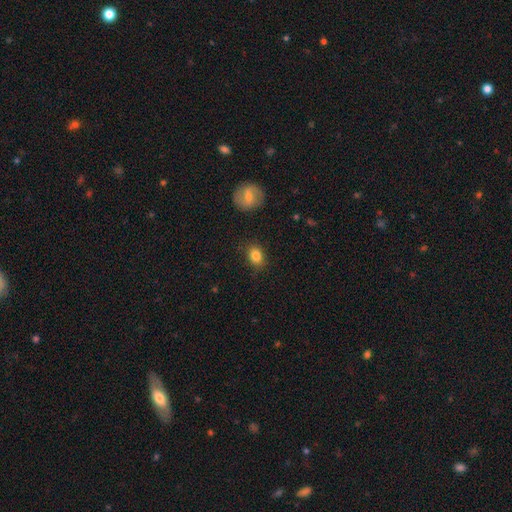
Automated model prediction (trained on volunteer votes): smooth-or-featured: smooth: 84% | star or artifact: 9% | featured or disk: 7%
  how-rounded: in between: 57% | round: 42% | cigar-shaped: 1%
  merging: none: 83% | minor disturbance: 13% | major disturbance: 3% | merger: 2%